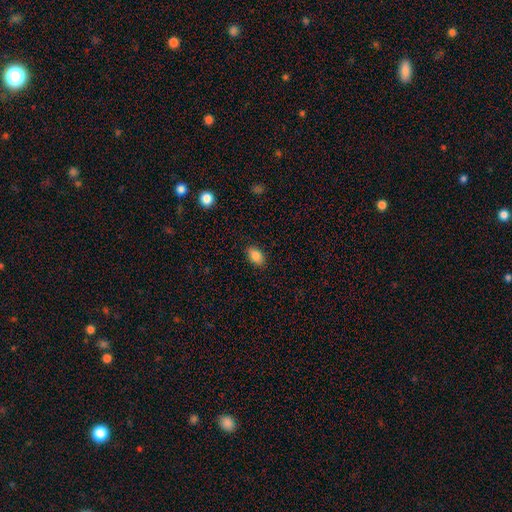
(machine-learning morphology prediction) A smooth galaxy with no disk features (86%) that is in between round and cigar-shaped (88%). Merging: none (87%).